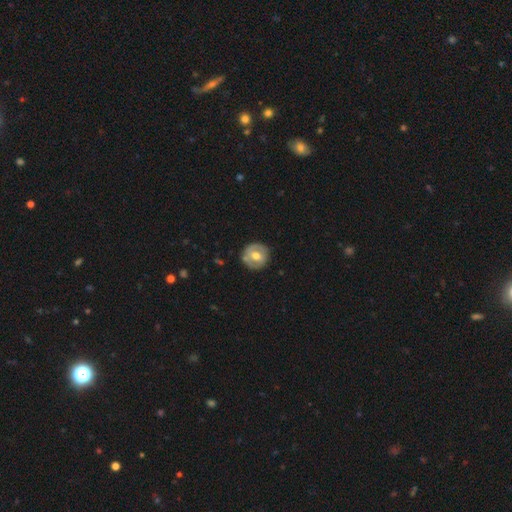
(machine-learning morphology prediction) type=featured or disk (50%); edge-on=no (96%); merging=none (81%).